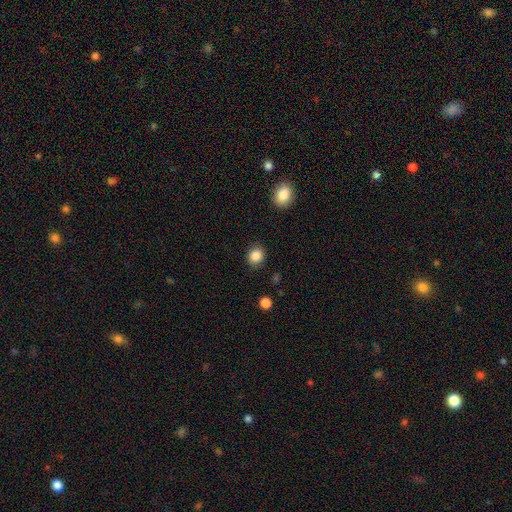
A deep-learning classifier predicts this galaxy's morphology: smooth_or_featured: smooth (p=0.86) [alt: star or artifact p=0.10]
how_rounded: round (p=0.77) [alt: in between p=0.23]
merging: none (p=0.86) [alt: minor disturbance p=0.10]